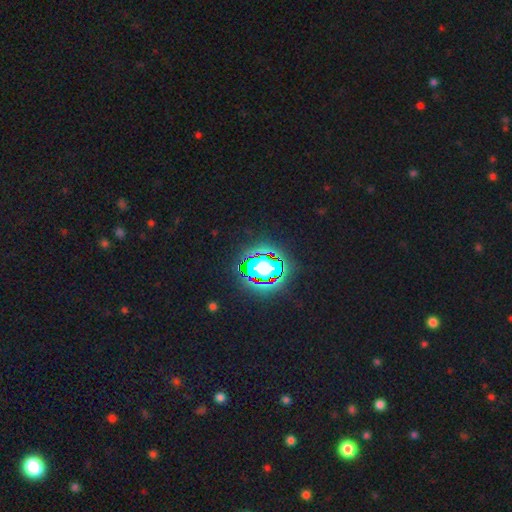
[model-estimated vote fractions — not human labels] Overall: star or artifact (66%).